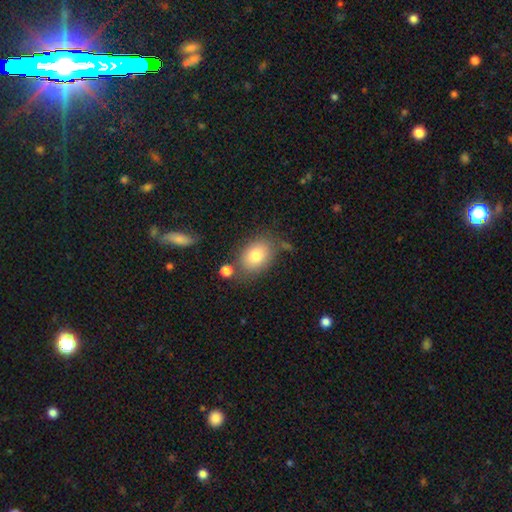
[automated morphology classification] Overall: smooth (78%). How rounded: in between (74%). Merging: none (69%).